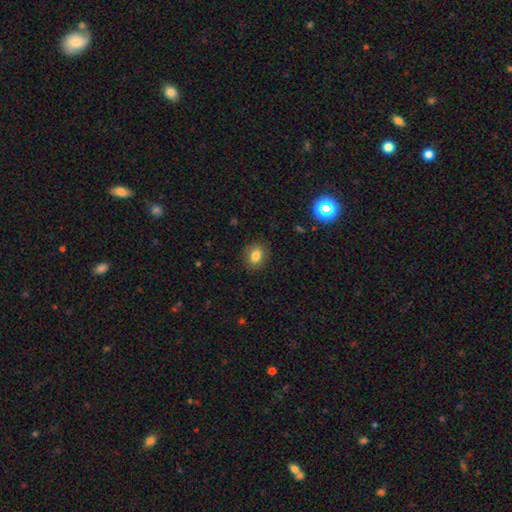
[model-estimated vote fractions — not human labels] Overall: smooth (83%). How rounded: in between (63%; round 36%). Merging: none (86%).